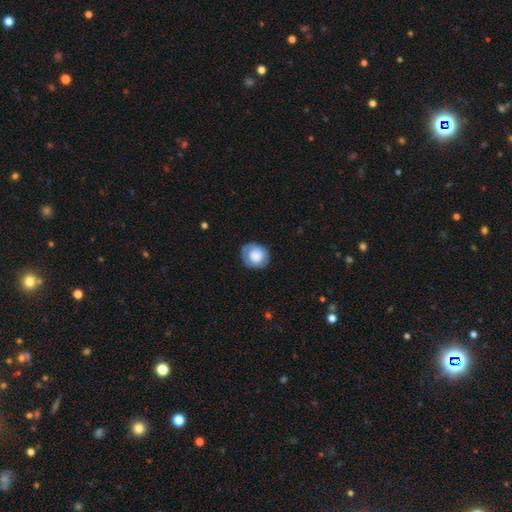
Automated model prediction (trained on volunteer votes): This appears to be a smooth galaxy with no disk features (66%) that is round (75%). Merging: none (74%).